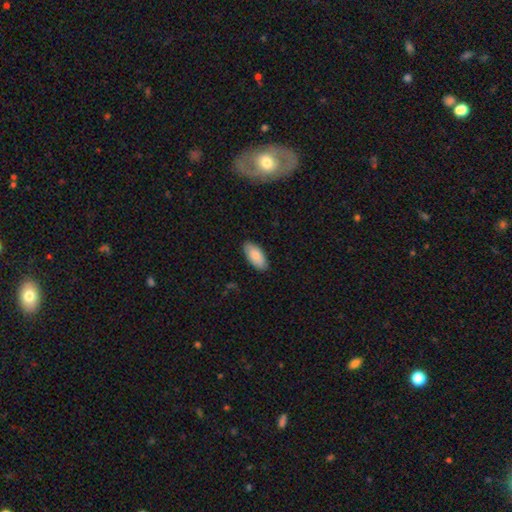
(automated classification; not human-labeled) smooth_or_featured: smooth (p=0.86) [alt: featured or disk p=0.09]
how_rounded: in between (p=0.92) [alt: cigar-shaped p=0.06]
merging: none (p=0.87) [alt: minor disturbance p=0.10]